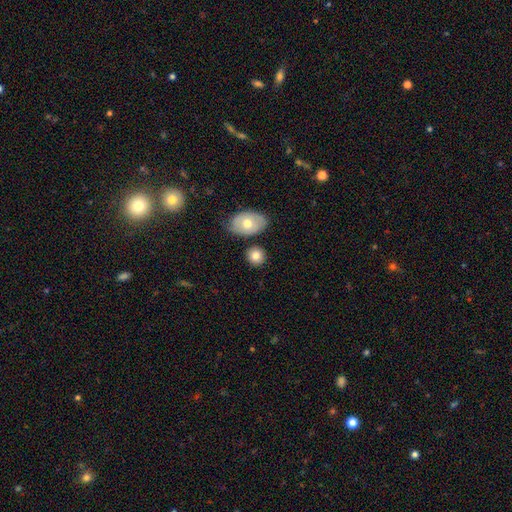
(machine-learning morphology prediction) The model was most divided on "how rounded": round: 70%, in between: 28%, cigar-shaped: 1%. More confident: smooth or featured — smooth (77%); merging — none (75%).